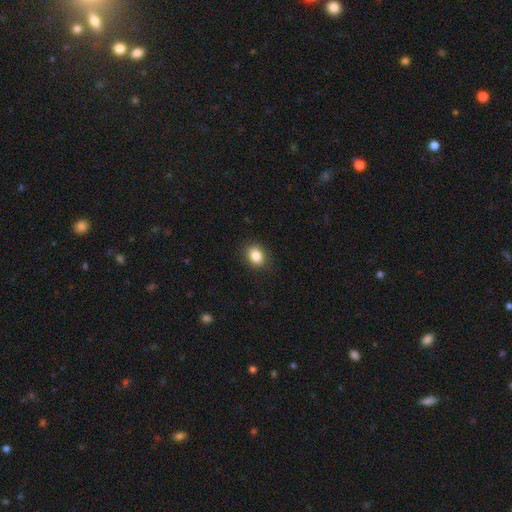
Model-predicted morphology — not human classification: A smooth galaxy with no disk features (86%) that is in between round and cigar-shaped (65%). Merging: none (87%).